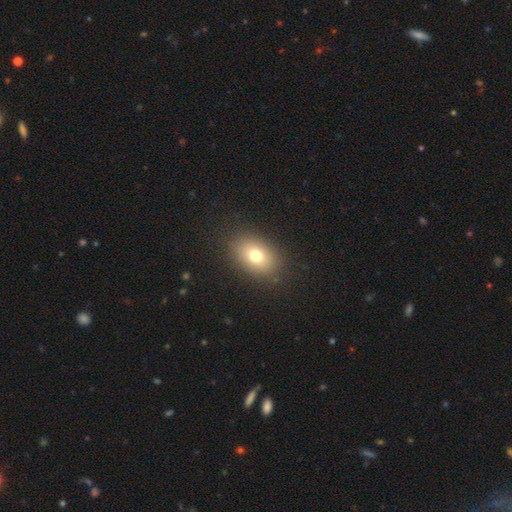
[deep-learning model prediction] Smooth or featured?
  - smooth: 76% *
  - featured or disk: 13%
  - star or artifact: 11%
How rounded?
  - in between: 78% *
  - round: 21%
  - cigar-shaped: 1%
Merging?
  - none: 86% *
  - minor disturbance: 9%
  - major disturbance: 4%
  - merger: 1%